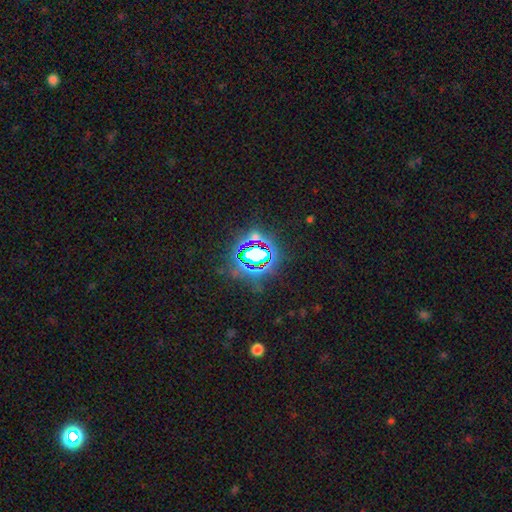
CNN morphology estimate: Smooth or featured?
  - star or artifact: 75% *
  - smooth: 14%
  - featured or disk: 11%